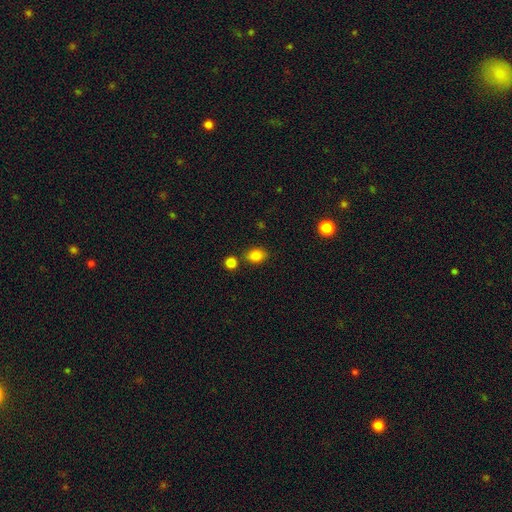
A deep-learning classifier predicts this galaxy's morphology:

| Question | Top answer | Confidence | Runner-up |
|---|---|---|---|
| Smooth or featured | smooth | 83% | star or artifact (11%) |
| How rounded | in between | 56% | round (43%) |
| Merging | none | 76% | minor disturbance (11%) |